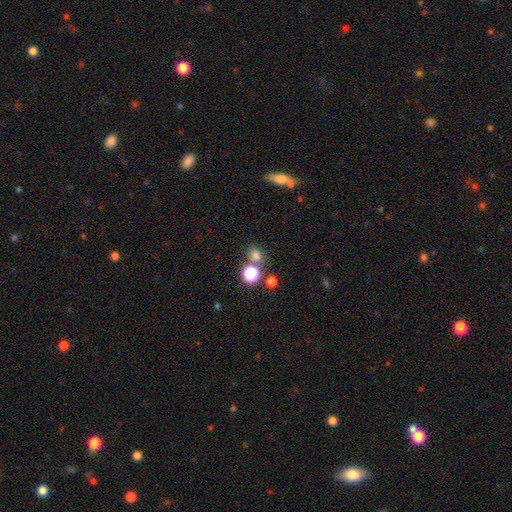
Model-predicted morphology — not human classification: smooth 70%, star or artifact 23%, featured or disk 7%. Down the decision tree: how rounded — round (67%); merging — none (68%).